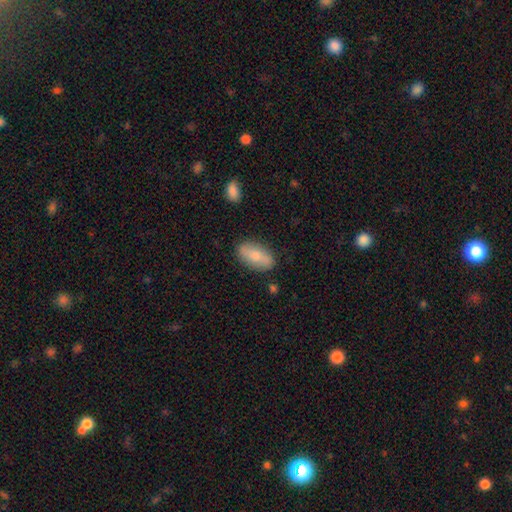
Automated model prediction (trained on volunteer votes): A smooth galaxy with no disk features (70%) that is in between round and cigar-shaped (91%).

Vote fractions:
- Smooth or featured? smooth: 70% / featured or disk: 24% / star or artifact: 6%
- How rounded? in between: 91% / round: 5% / cigar-shaped: 4%
- Merging? none: 83% / minor disturbance: 12% / major disturbance: 3% / merger: 2%